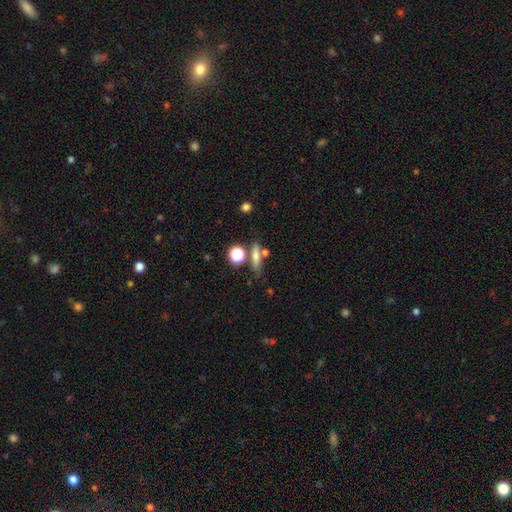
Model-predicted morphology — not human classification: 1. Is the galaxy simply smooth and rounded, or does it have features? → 62% smooth, 25% featured or disk, 13% star or artifact.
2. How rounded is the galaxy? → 59% cigar-shaped, 26% in between, 16% round.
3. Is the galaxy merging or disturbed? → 65% none, 16% merger, 14% minor disturbance, 6% major disturbance.